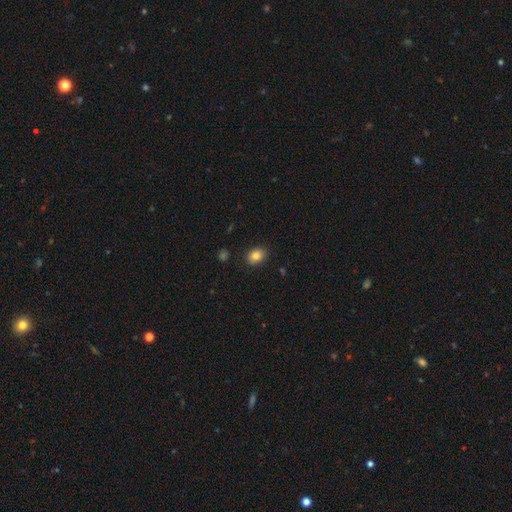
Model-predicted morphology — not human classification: A smooth galaxy with no disk features (84%) that is in between round and cigar-shaped (58%).

Vote fractions:
- Smooth or featured? smooth: 84% / star or artifact: 10% / featured or disk: 6%
- How rounded? in between: 58% / round: 41% / cigar-shaped: 1%
- Merging? none: 86% / minor disturbance: 11% / major disturbance: 2% / merger: 1%